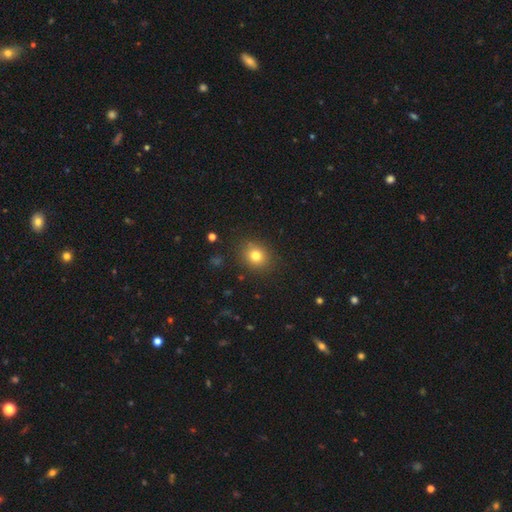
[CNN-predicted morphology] smooth_or_featured: smooth (p=0.79) [alt: star or artifact p=0.13]
how_rounded: round (p=0.73) [alt: in between p=0.27]
merging: none (p=0.87) [alt: minor disturbance p=0.08]